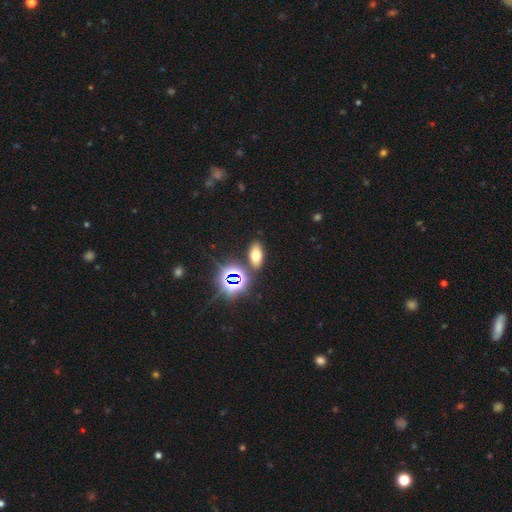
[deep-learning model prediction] Smooth or featured: smooth — 57% (star or artifact — 30%)
How rounded: in between — 85% (round — 9%)
Merging: none — 82% (minor disturbance — 9%)